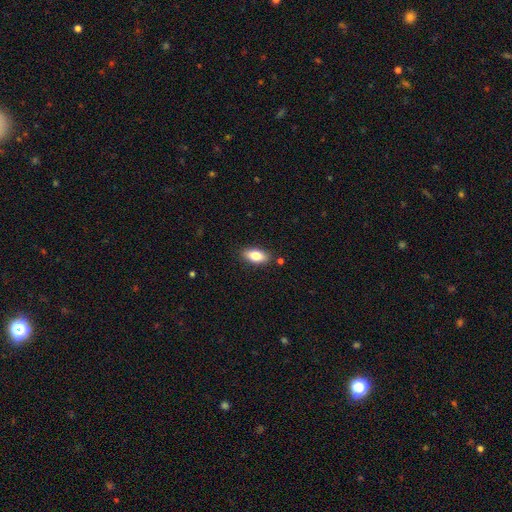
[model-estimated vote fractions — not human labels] Morphology: type=smooth (79%); roundness=in between (87%); merging=none (86%).